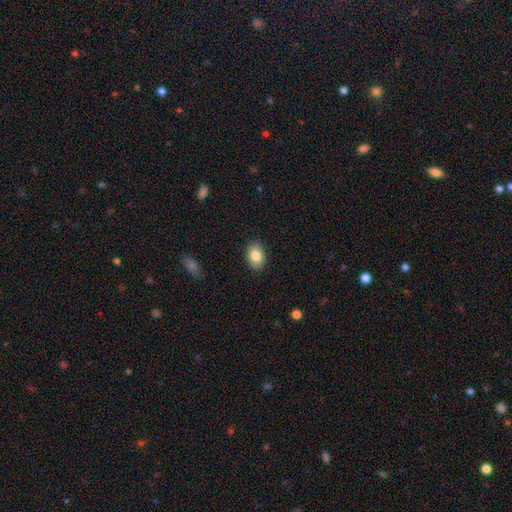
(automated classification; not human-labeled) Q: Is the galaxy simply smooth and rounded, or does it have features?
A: smooth — 83%.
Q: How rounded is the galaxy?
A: in between — 80%.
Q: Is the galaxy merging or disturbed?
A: none — 89%.